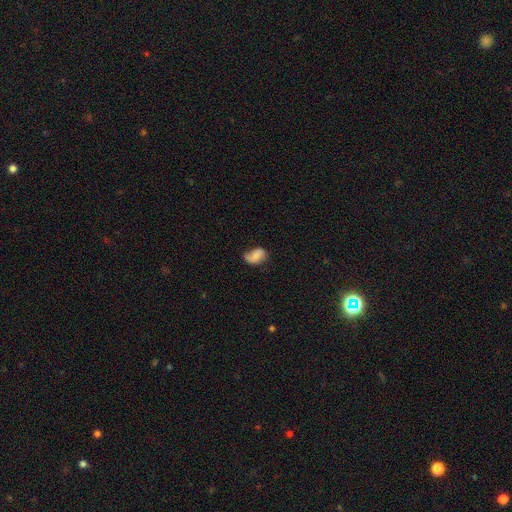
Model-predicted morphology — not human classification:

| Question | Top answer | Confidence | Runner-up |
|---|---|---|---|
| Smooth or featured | smooth | 46% | featured or disk (45%) |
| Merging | none | 62% | minor disturbance (26%) |